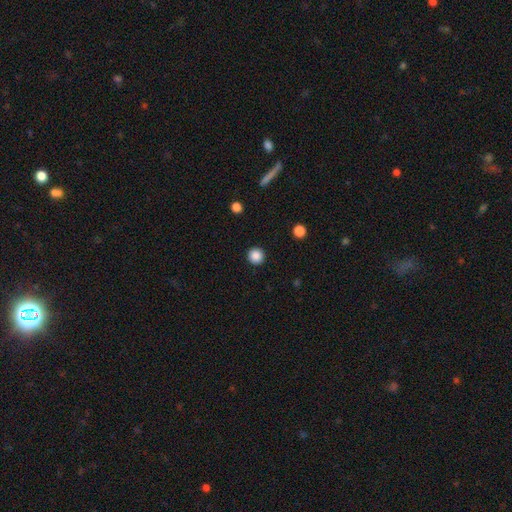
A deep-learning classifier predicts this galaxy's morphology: The model was most divided on "smooth or featured": smooth: 87%, star or artifact: 11%, featured or disk: 3%. More confident: how rounded — round (95%); merging — none (93%).